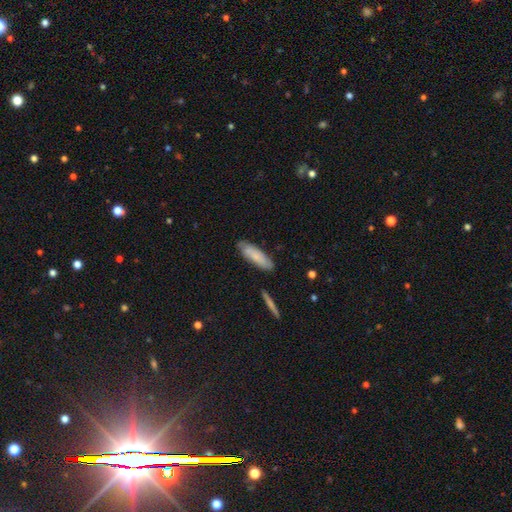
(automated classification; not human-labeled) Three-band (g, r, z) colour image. It shows a smooth galaxy with no disk features (70%) that is cigar-shaped (50%). Merging: none (77%).